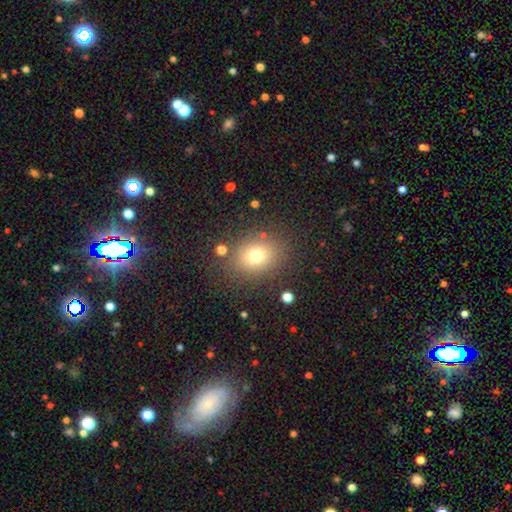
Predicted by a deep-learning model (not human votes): This appears to be a smooth galaxy with no disk features (74%) that is round (59%). Merging: none (82%).